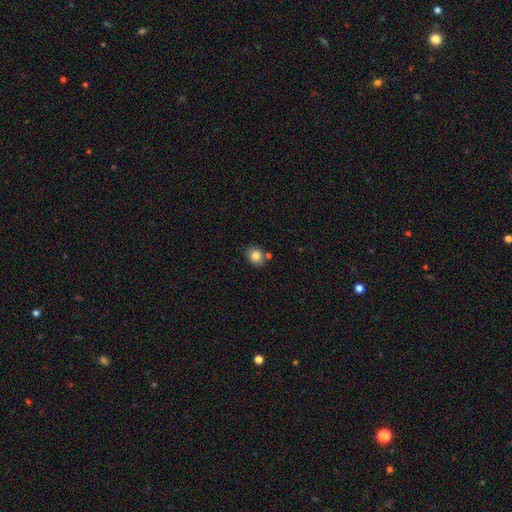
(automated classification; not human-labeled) This appears to be a smooth galaxy with no disk features (82%) that is round (63%). Merging: none (74%).